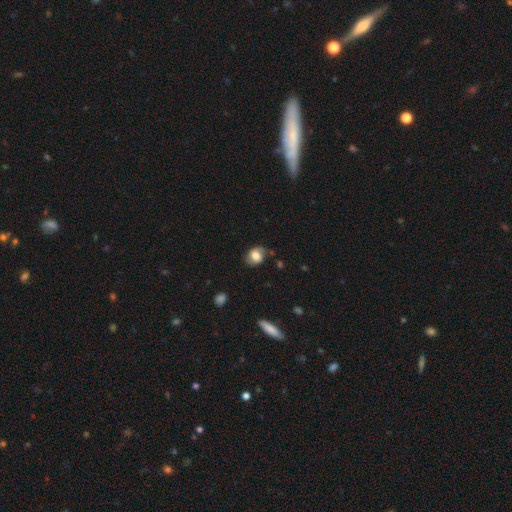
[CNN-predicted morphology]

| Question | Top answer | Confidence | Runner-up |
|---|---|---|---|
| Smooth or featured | smooth | 63% | featured or disk (29%) |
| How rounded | in between | 54% | round (45%) |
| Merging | none | 65% | minor disturbance (24%) |